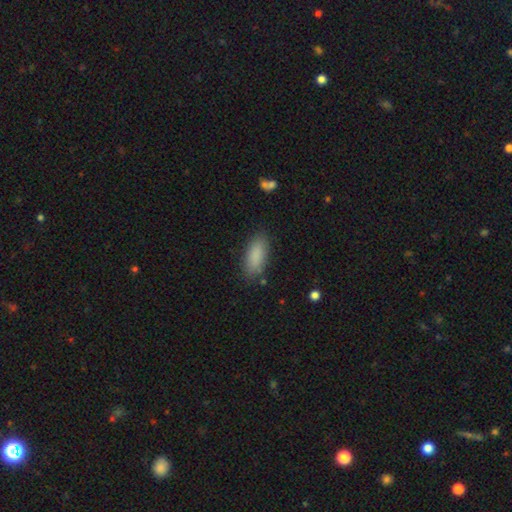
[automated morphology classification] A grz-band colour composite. It shows a smooth galaxy with no disk features (87%) that is in between round and cigar-shaped (80%). Merging: none (82%).